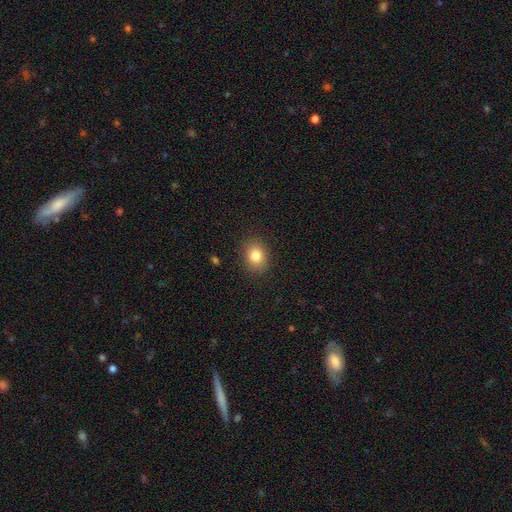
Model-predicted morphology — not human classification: Smooth or featured? Predicted: smooth (p=0.83). How rounded? Predicted: in between (p=0.51). Merging? Predicted: none (p=0.87).